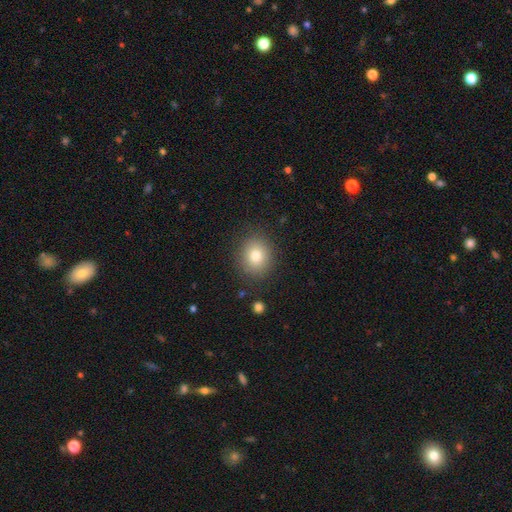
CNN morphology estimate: Smooth or featured: smooth — 80% (star or artifact — 11%)
How rounded: round — 71% (in between — 28%)
Merging: none — 86% (minor disturbance — 9%)